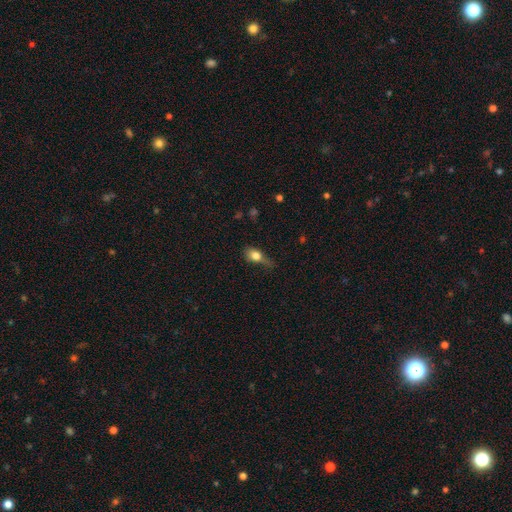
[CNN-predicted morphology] This appears to be a smooth galaxy with no disk features (75%) that is in between round and cigar-shaped (66%). Merging: minor disturbance (39%).